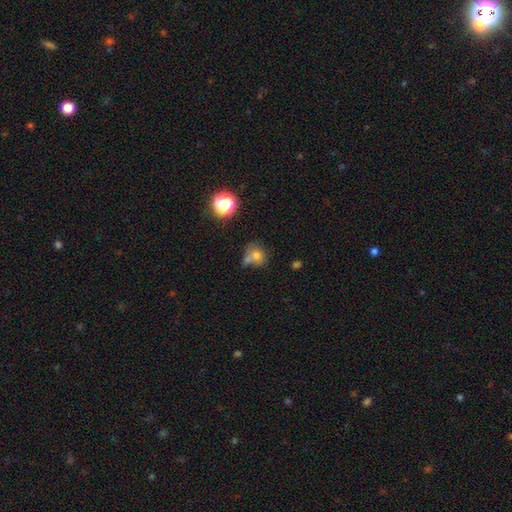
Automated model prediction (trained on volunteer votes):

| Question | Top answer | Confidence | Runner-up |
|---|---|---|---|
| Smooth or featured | smooth | 72% | star or artifact (15%) |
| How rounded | round | 72% | in between (27%) |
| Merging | none | 43% | merger (37%) |